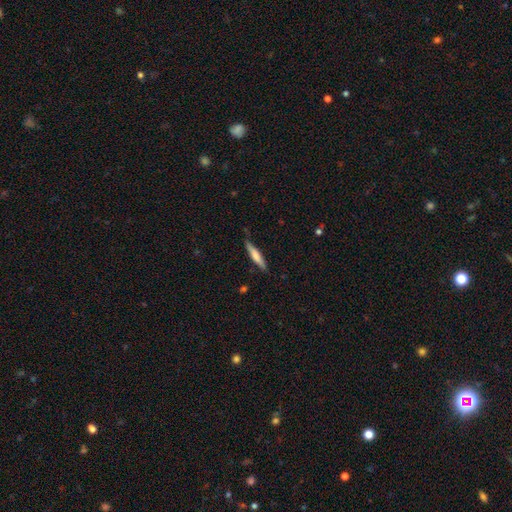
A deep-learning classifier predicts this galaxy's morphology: smooth_or_featured: smooth (p=0.65) [alt: featured or disk p=0.30]
how_rounded: cigar-shaped (p=0.89) [alt: in between p=0.10]
merging: none (p=0.77) [alt: minor disturbance p=0.18]